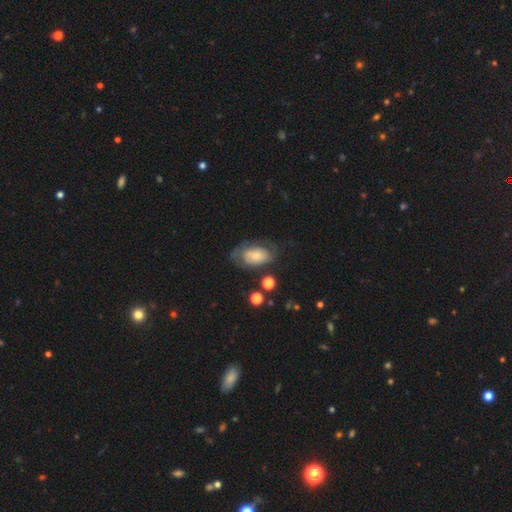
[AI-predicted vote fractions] This is possibly a featured or disk galaxy (48%). Merging: possibly none (51%).